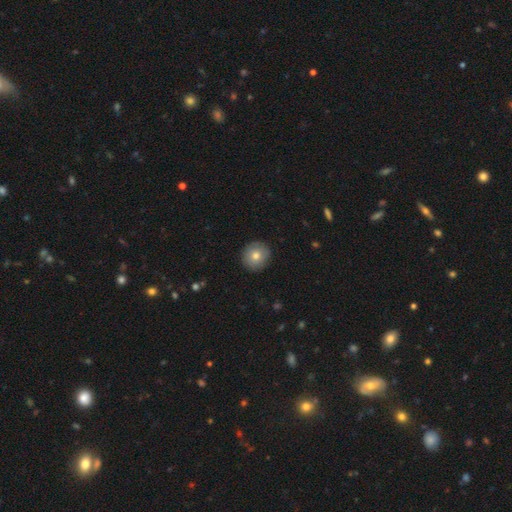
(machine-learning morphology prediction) A smooth galaxy with no disk features (77%) that is round (92%). Merging: none (90%).